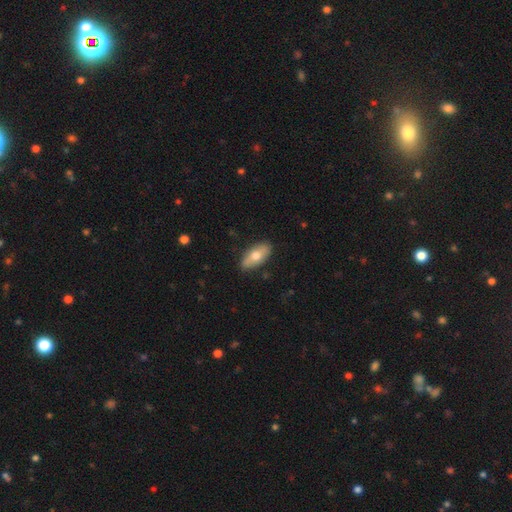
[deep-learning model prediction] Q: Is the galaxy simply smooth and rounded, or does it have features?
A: smooth — 67%.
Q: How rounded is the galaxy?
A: in between — 87%.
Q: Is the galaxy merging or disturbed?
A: none — 85%.